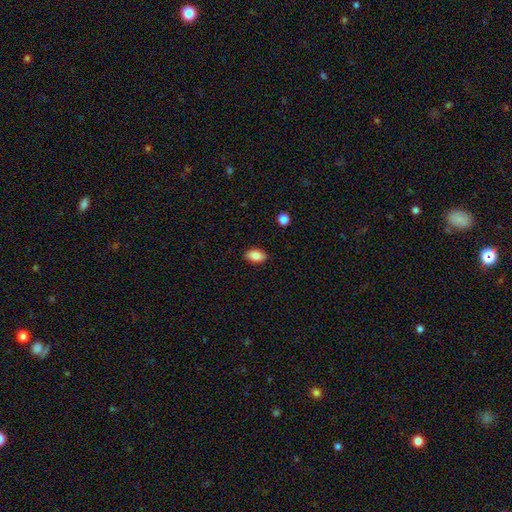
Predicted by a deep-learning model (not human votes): This is clearly a smooth galaxy (87%). How rounded: clearly in between (92%). Merging: clearly none (88%).